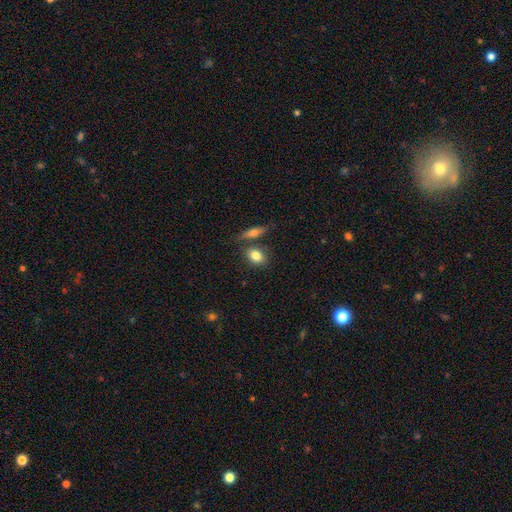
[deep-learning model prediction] smooth-or-featured: smooth: 82% | featured or disk: 11% | star or artifact: 8%
  how-rounded: in between: 65% | round: 31% | cigar-shaped: 4%
  merging: none: 66% | merger: 19% | minor disturbance: 12% | major disturbance: 3%